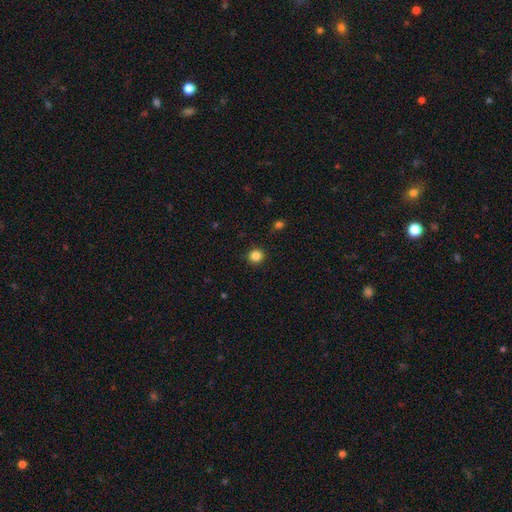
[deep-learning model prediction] This appears to be a smooth galaxy with no disk features (85%) that is round (92%). Merging: none (91%).